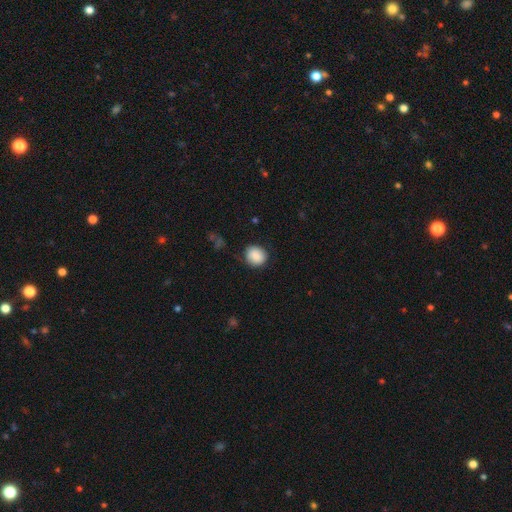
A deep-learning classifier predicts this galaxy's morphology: The model was most divided on "how rounded": round: 80%, in between: 19%, cigar-shaped: 1%. More confident: smooth or featured — smooth (88%); merging — none (84%).